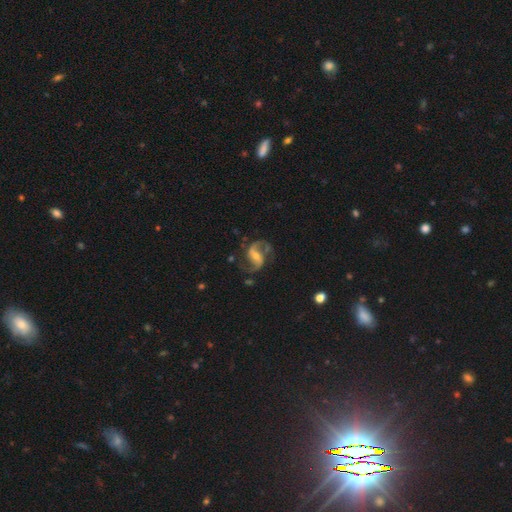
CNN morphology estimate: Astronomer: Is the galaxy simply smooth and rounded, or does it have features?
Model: featured or disk — 89%.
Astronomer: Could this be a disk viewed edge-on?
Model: no — 98%.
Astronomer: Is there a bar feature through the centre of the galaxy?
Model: weak — 41% (runner-up: strong, 39%).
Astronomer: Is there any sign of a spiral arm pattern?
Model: yes — 97%.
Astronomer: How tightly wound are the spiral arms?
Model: medium — 49% (runner-up: loose, 41%).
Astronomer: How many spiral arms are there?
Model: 2 — 92%.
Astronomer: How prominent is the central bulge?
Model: small — 48% (runner-up: moderate, 44%).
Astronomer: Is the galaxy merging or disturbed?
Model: none — 71%.